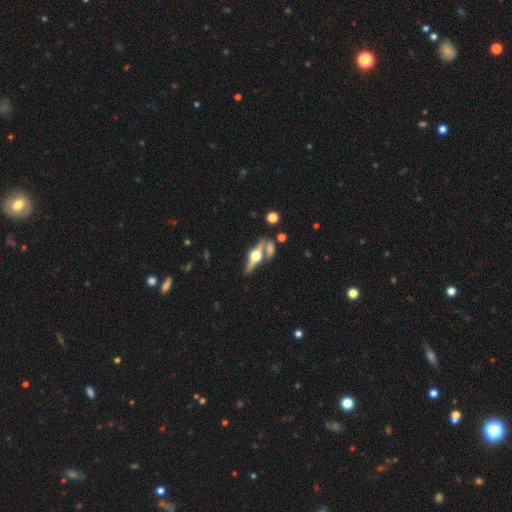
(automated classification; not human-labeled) This is likely a featured or disk galaxy (76%). It is clearly viewed edge-on (95%). Edge-on bulge: clearly rounded (96%). Merging: likely none (66%).